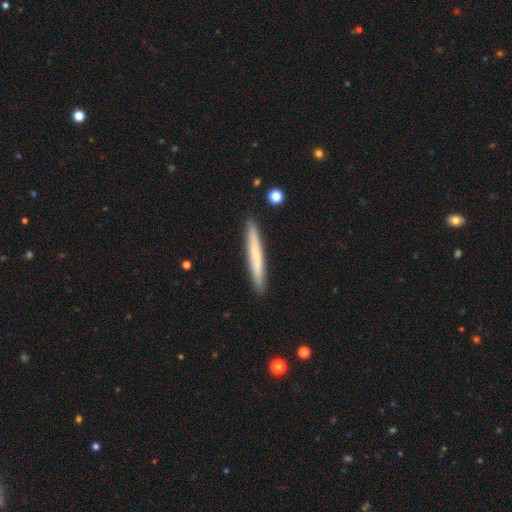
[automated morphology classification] This appears to be a smooth galaxy with no disk features (61%) that is cigar-shaped (96%). Merging: none (91%).